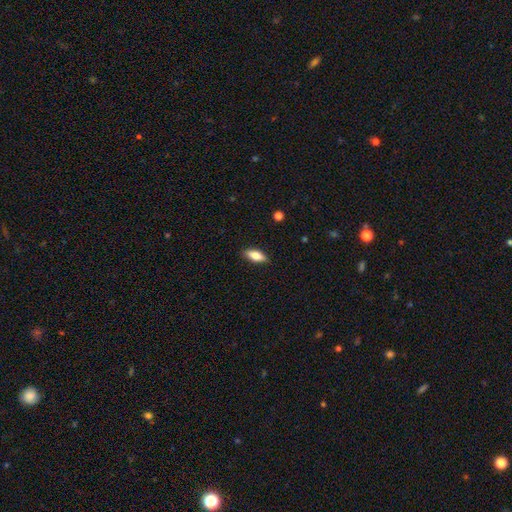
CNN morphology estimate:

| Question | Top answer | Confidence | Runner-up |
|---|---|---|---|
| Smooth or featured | smooth | 77% | featured or disk (16%) |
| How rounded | in between | 78% | cigar-shaped (20%) |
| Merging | none | 86% | minor disturbance (11%) |